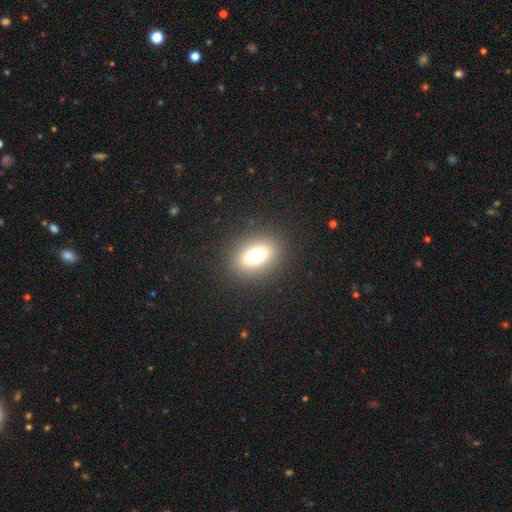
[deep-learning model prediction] Overall: smooth (69%). How rounded: in between (61%; round 36%). Merging: none (88%).